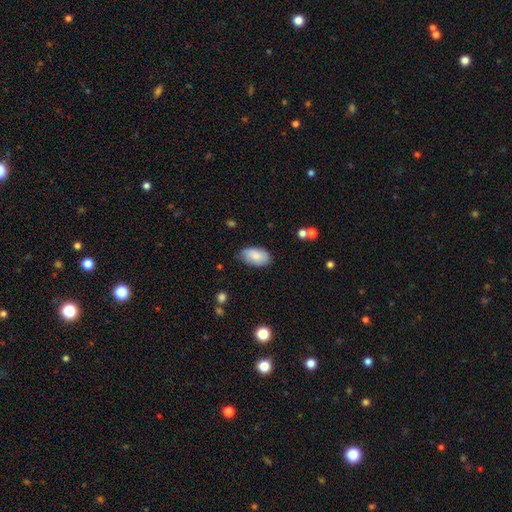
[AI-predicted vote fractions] smooth 82%, featured or disk 11%, star or artifact 7%. Down the decision tree: how rounded — in between (94%); merging — none (76%).